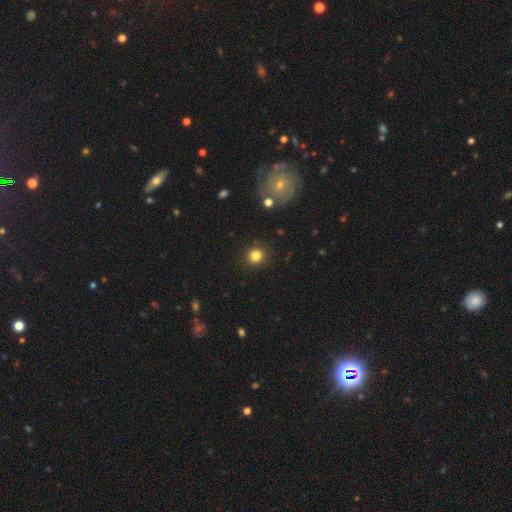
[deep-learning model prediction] Smooth or featured: smooth — 83% (star or artifact — 12%)
How rounded: round — 91% (in between — 8%)
Merging: none — 90% (minor disturbance — 6%)